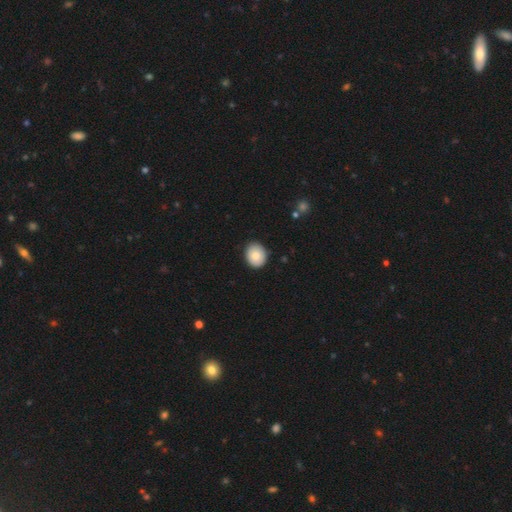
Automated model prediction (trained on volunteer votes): The model was most divided on "how rounded": round: 64%, in between: 35%, cigar-shaped: 1%. More confident: merging — none (88%); smooth or featured — smooth (81%).